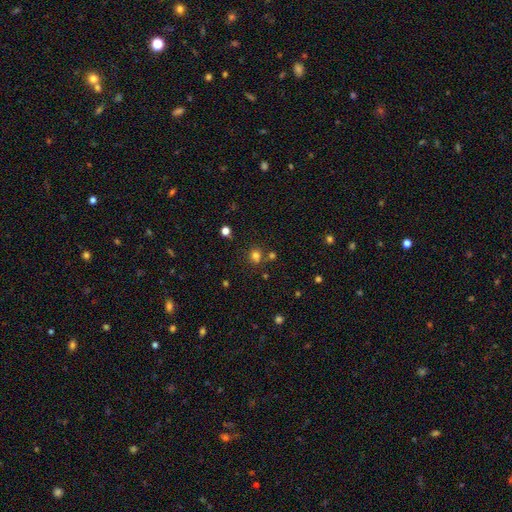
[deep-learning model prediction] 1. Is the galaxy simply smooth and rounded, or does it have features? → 75% smooth, 19% star or artifact, 7% featured or disk.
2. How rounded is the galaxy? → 83% round, 16% in between, 1% cigar-shaped.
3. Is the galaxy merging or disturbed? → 69% none, 16% merger, 11% minor disturbance, 4% major disturbance.